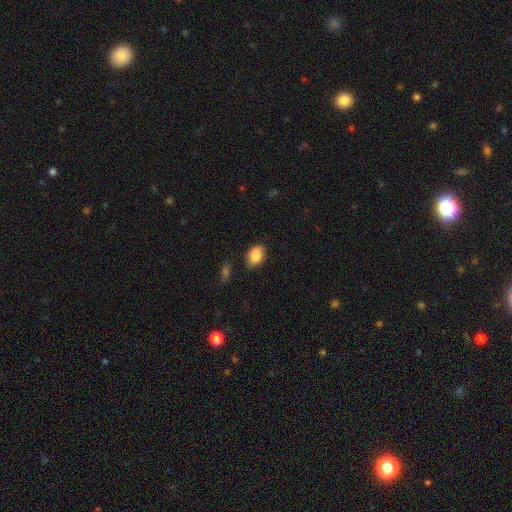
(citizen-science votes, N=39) This appears to be a smooth galaxy with no disk features (82%) that is in between round and cigar-shaped (91%). Merging: none (83%).